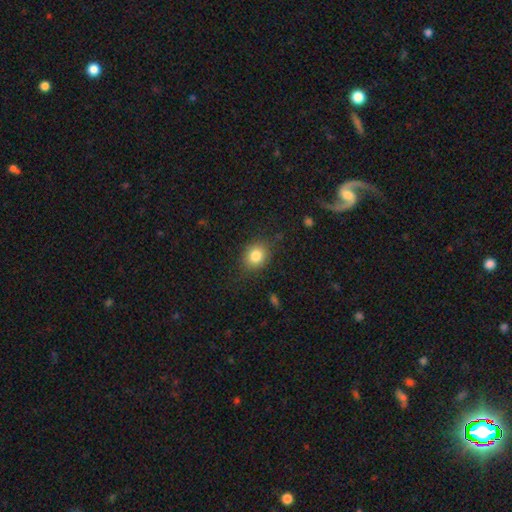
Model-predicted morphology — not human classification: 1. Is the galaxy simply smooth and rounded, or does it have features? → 83% smooth, 10% star or artifact, 7% featured or disk.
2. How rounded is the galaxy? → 59% round, 40% in between, 1% cigar-shaped.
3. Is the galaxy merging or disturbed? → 82% none, 13% minor disturbance, 4% major disturbance, 1% merger.